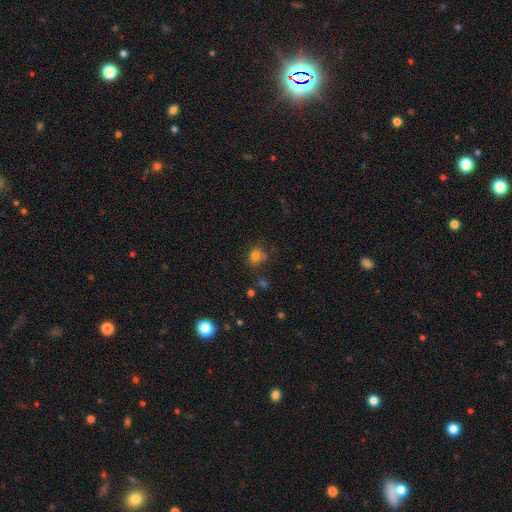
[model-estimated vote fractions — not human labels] Morphology: type=smooth (74%); roundness=round (66%); merging=none (58%).